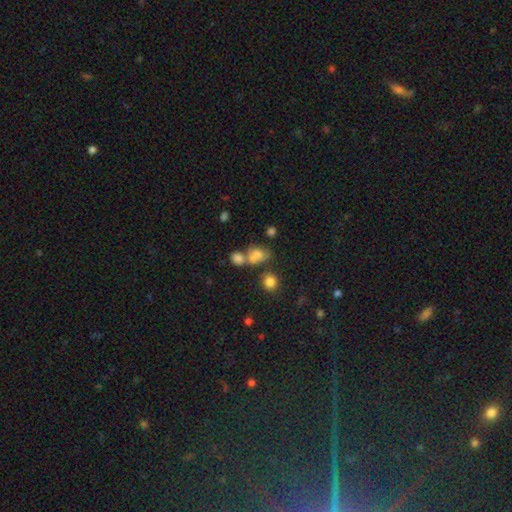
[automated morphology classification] smooth_or_featured: smooth (p=0.72) [alt: star or artifact p=0.15]
how_rounded: in between (p=0.63) [alt: round p=0.35]
merging: merger (p=0.45) [alt: none p=0.34]